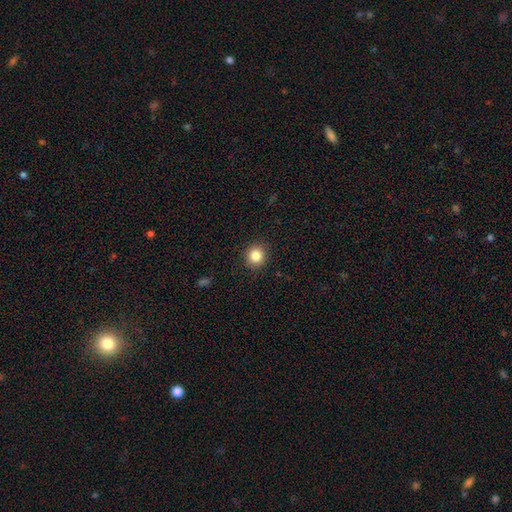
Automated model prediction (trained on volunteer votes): A smooth galaxy with no disk features (84%) that is round (90%).

Vote fractions:
- Smooth or featured? smooth: 84% / star or artifact: 11% / featured or disk: 5%
- How rounded? round: 90% / in between: 10% / cigar-shaped: 1%
- Merging? none: 91% / minor disturbance: 6% / major disturbance: 2% / merger: 1%